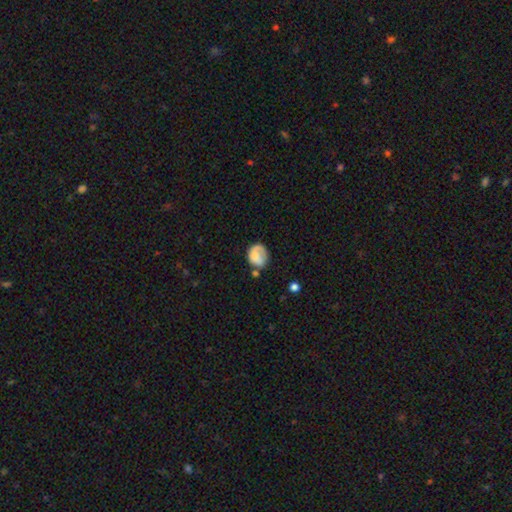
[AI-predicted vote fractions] This appears to be a smooth galaxy with no disk features (64%) that is round (58%). Merging: none (46%).